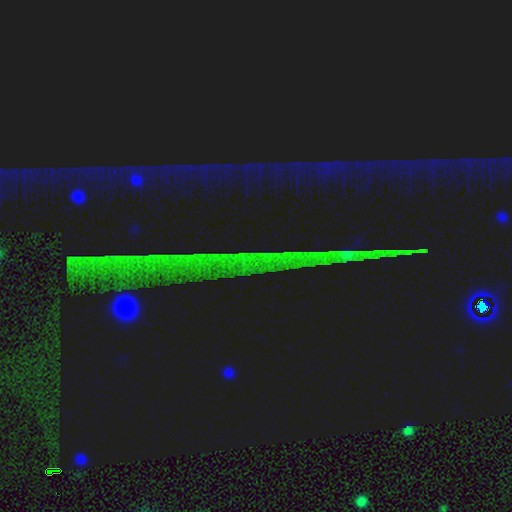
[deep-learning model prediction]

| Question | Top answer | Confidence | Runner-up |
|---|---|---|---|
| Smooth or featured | star or artifact | 87% | featured or disk (7%) |